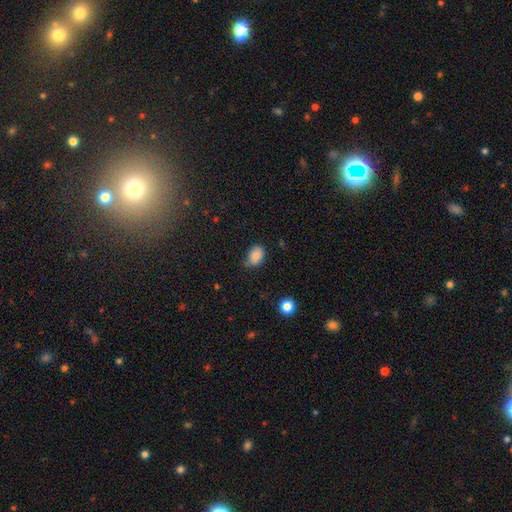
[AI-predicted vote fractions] Overall: smooth (85%). How rounded: in between (74%). Merging: none (61%; minor disturbance 31%).